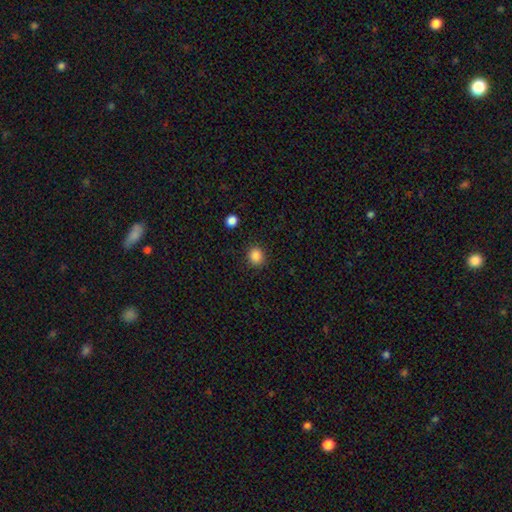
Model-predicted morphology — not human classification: smooth-or-featured: smooth: 86% | star or artifact: 11% | featured or disk: 3%
  how-rounded: round: 85% | in between: 14% | cigar-shaped: 1%
  merging: none: 90% | minor disturbance: 6% | major disturbance: 2% | merger: 1%